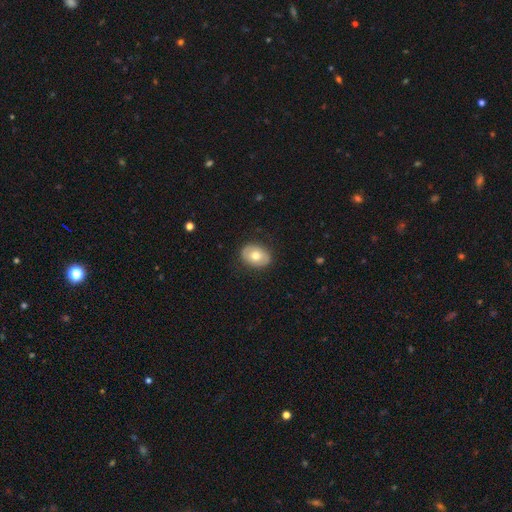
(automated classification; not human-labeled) Overall: smooth (64%; featured or disk 29%). How rounded: in between (68%; round 31%). Merging: none (85%).